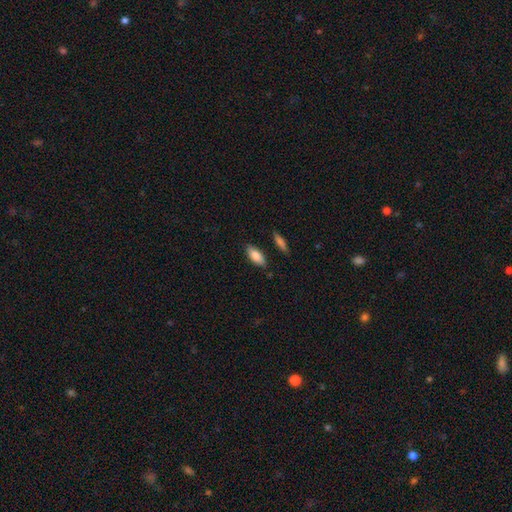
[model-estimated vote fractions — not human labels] Q: Smooth or featured?
A: smooth (85%); runner-up: featured or disk (9%)
Q: How rounded?
A: in between (84%); runner-up: cigar-shaped (13%)
Q: Merging?
A: none (83%); runner-up: minor disturbance (12%)